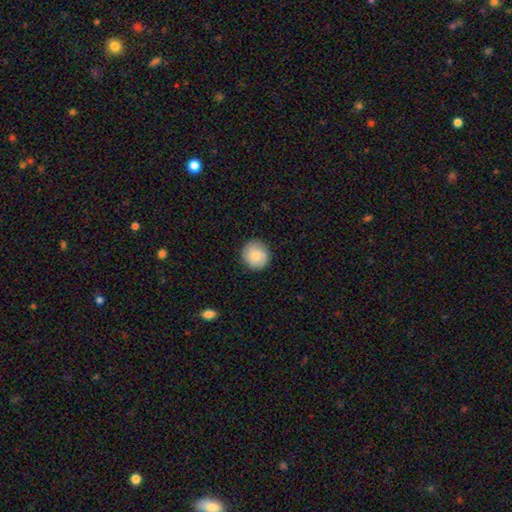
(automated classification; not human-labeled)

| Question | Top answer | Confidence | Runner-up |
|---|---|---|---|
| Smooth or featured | smooth | 79% | featured or disk (14%) |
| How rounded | round | 86% | in between (13%) |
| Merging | none | 86% | minor disturbance (11%) |